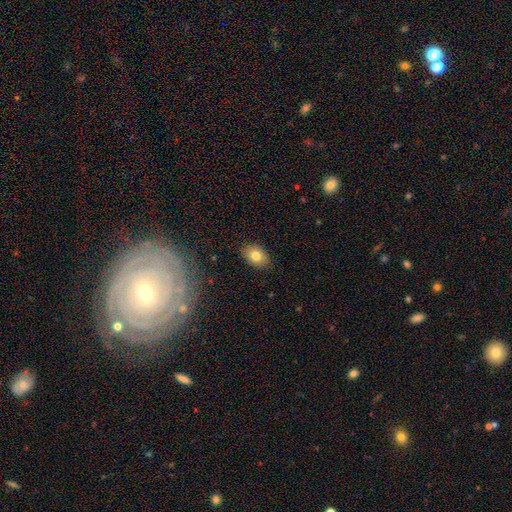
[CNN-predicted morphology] smooth-or-featured: smooth: 81% | featured or disk: 11% | star or artifact: 8%
  how-rounded: in between: 82% | round: 17% | cigar-shaped: 1%
  merging: none: 87% | minor disturbance: 10% | major disturbance: 2% | merger: 1%